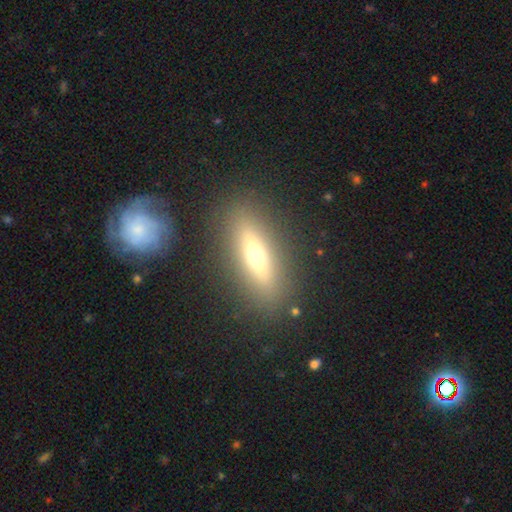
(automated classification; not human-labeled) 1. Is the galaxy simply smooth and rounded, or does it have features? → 47% featured or disk, 45% smooth, 8% star or artifact.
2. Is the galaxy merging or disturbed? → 85% none, 9% minor disturbance, 4% merger, 3% major disturbance.